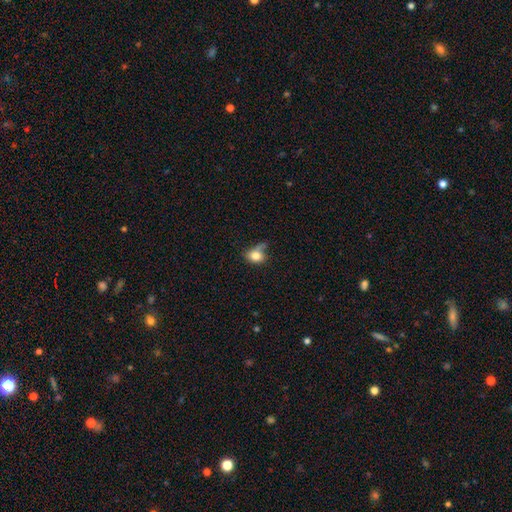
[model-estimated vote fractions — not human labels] Smooth or featured? smooth (79%)
How rounded? in between (52%)
Merging? none (41%)